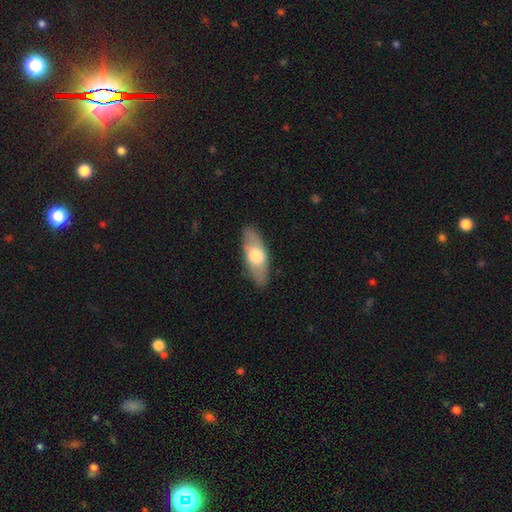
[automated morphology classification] This appears to be a smooth galaxy with no disk features (64%) that is in between round and cigar-shaped (74%). Merging: none (86%).